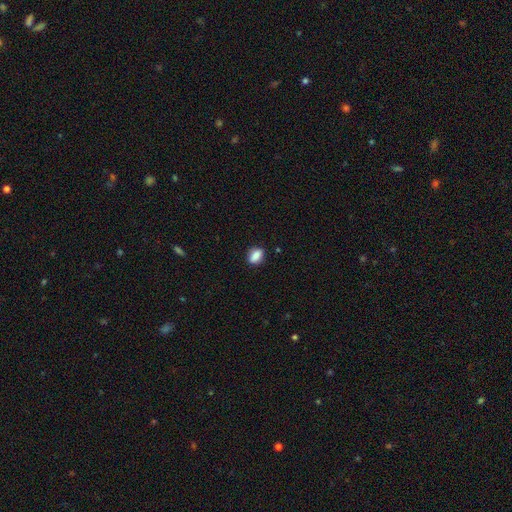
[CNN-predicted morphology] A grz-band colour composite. It shows a smooth galaxy with no disk features (84%) that is in between round and cigar-shaped (76%). Merging: none (83%).